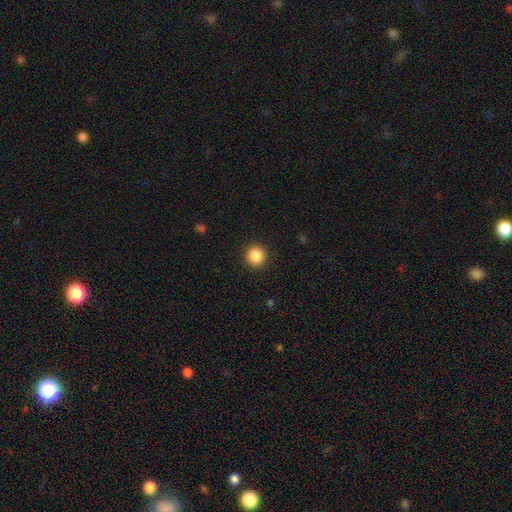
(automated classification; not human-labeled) Morphology: type=smooth (87%); roundness=round (93%); merging=none (92%).